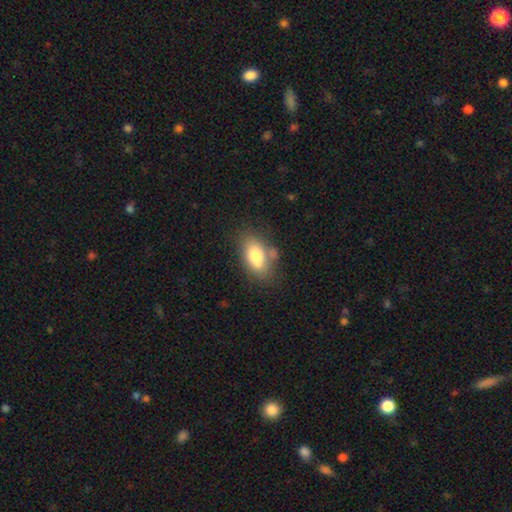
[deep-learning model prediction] A smooth galaxy with no disk features (75%) that is in between round and cigar-shaped (88%).

Vote fractions:
- Smooth or featured? smooth: 75% / featured or disk: 17% / star or artifact: 8%
- How rounded? in between: 88% / round: 8% / cigar-shaped: 4%
- Merging? none: 63% / minor disturbance: 20% / merger: 10% / major disturbance: 6%